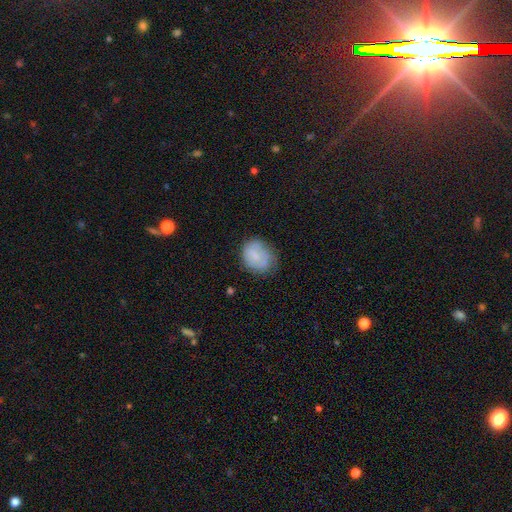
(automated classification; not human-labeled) smooth 64%, featured or disk 28%, star or artifact 8%. Down the decision tree: how rounded — round (53%); merging — none (58%).